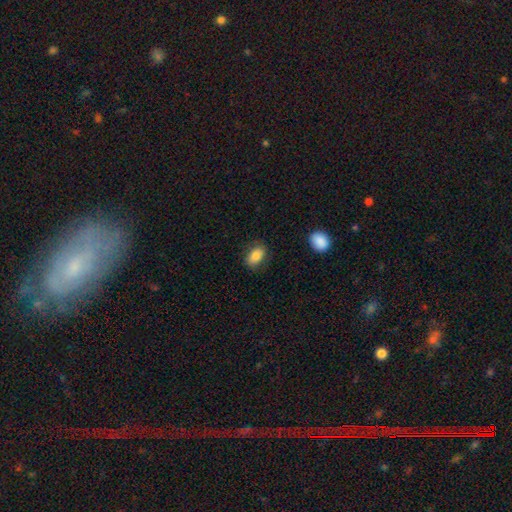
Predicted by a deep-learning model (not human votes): smooth-or-featured: smooth: 85% | featured or disk: 8% | star or artifact: 7%
  how-rounded: in between: 87% | round: 11% | cigar-shaped: 2%
  merging: none: 81% | minor disturbance: 14% | major disturbance: 4% | merger: 1%